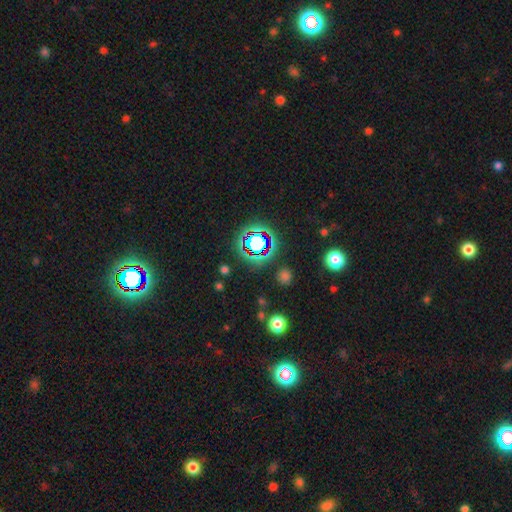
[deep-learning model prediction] Smooth or featured? Predicted: star or artifact (p=0.78).